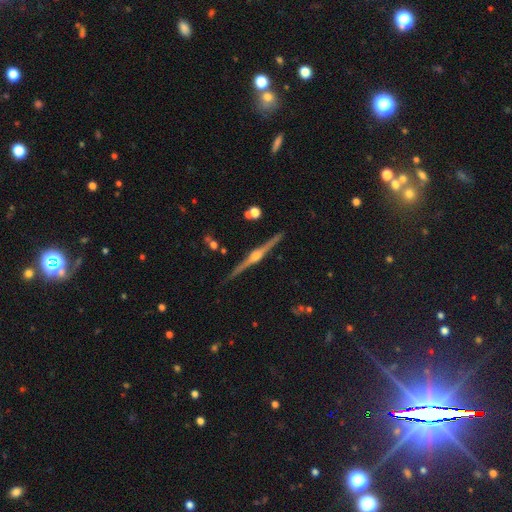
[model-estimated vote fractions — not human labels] A featured or disk galaxy (89%) viewed edge-on (99%) with a rounded central bulge (94%).

Vote fractions:
- Smooth or featured? featured or disk: 89% / smooth: 6% / star or artifact: 5%
- Edge-on disk? yes: 99% / no: 1%
- Edge-on bulge? rounded: 94% / boxy: 4% / none: 3%
- Merging? none: 91% / minor disturbance: 6% / merger: 1% / major disturbance: 1%